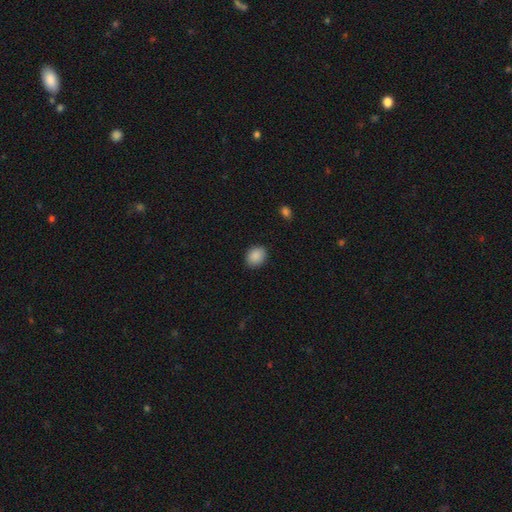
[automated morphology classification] Smooth or featured?
  - smooth: 89% *
  - star or artifact: 8%
  - featured or disk: 3%
How rounded?
  - round: 57% *
  - in between: 42%
  - cigar-shaped: 1%
Merging?
  - none: 88% *
  - minor disturbance: 9%
  - major disturbance: 2%
  - merger: 1%